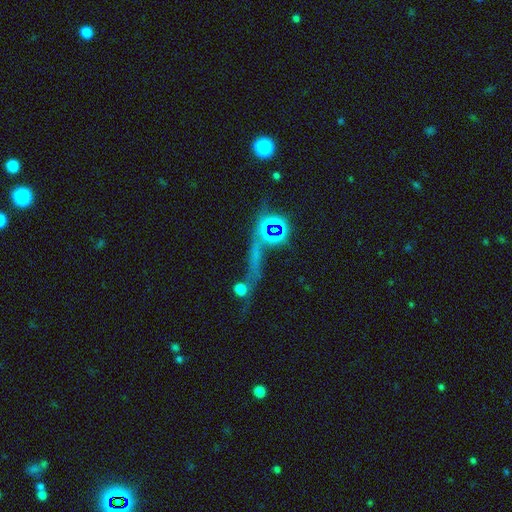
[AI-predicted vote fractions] A star or artifact, not a galaxy (64%).

Vote fractions:
- Smooth or featured? star or artifact: 64% / smooth: 19% / featured or disk: 17%